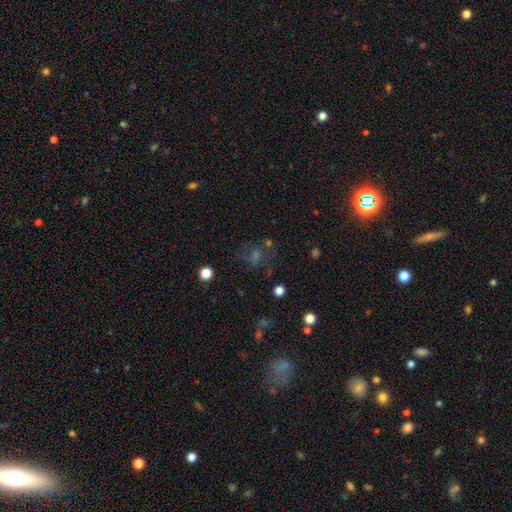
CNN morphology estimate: type=star or artifact (40%).